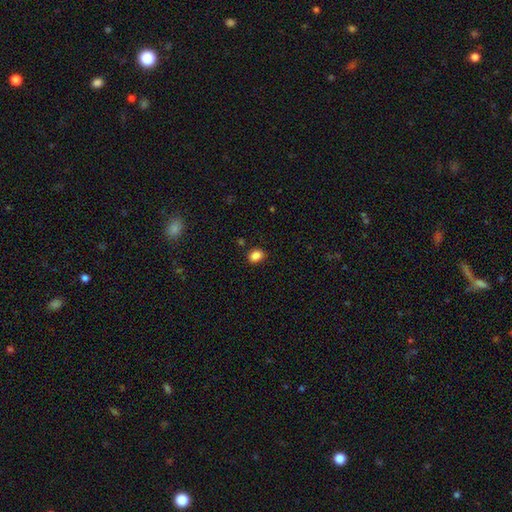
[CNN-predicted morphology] Smooth or featured: smooth — 86% (star or artifact — 10%)
How rounded: in between — 64% (round — 35%)
Merging: none — 85% (minor disturbance — 10%)